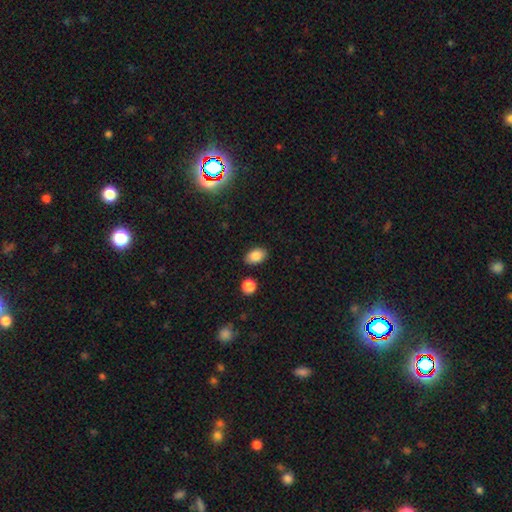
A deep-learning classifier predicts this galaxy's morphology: Smooth or featured? smooth (85%)
How rounded? in between (86%)
Merging? none (84%)